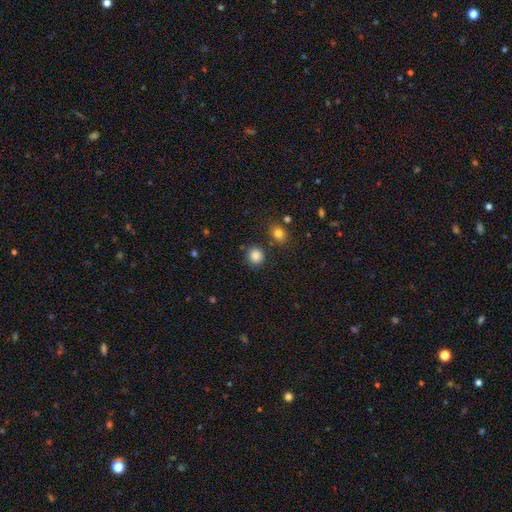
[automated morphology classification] smooth-or-featured: smooth: 86% | star or artifact: 10% | featured or disk: 4%
  how-rounded: round: 88% | in between: 11% | cigar-shaped: 1%
  merging: none: 82% | minor disturbance: 10% | merger: 4% | major disturbance: 3%